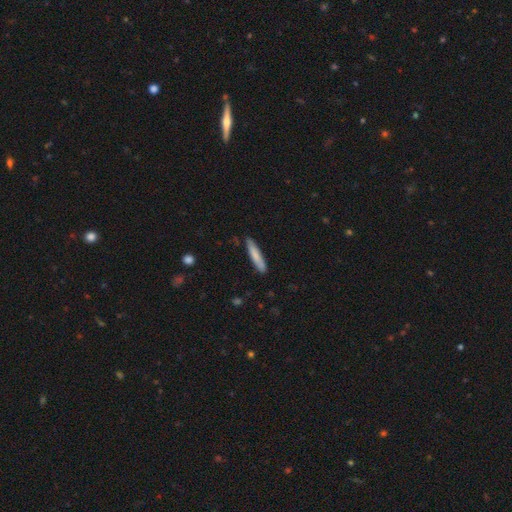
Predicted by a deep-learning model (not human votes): The model was most divided on "smooth or featured": smooth: 80%, featured or disk: 15%, star or artifact: 5%. More confident: how rounded — cigar-shaped (90%); merging — none (85%).